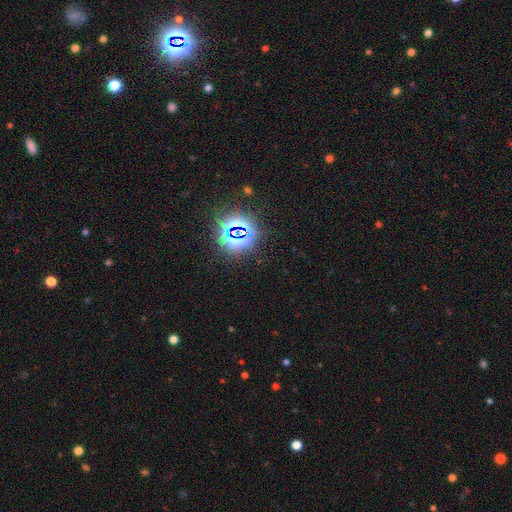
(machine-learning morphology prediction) This appears to be a star or artifact, not a galaxy (80%).